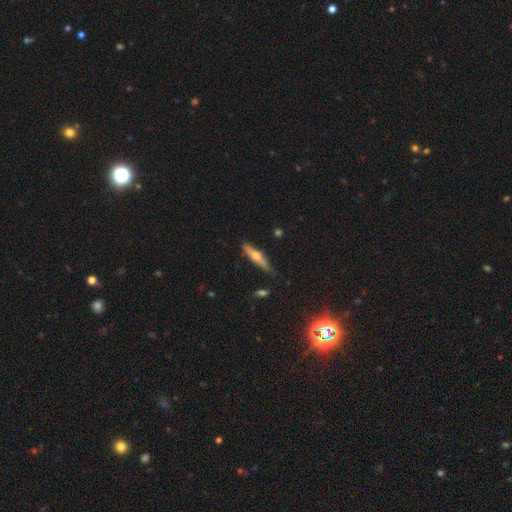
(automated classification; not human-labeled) featured or disk 55%, smooth 39%, star or artifact 6%. Down the decision tree: edge-on disk — yes (94%); edge-on bulge — rounded (92%); merging — none (81%).